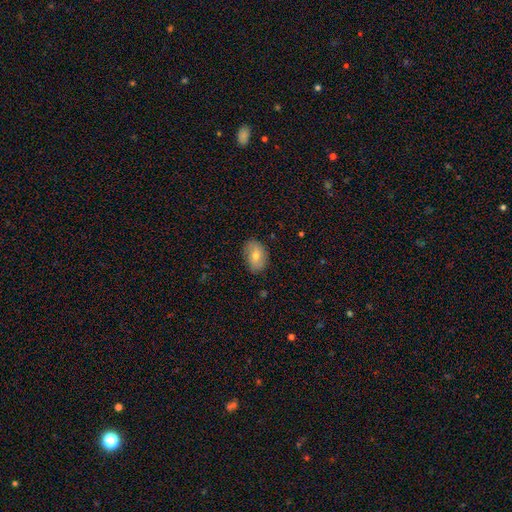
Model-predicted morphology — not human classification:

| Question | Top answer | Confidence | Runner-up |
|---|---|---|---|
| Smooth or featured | smooth | 60% | featured or disk (31%) |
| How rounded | in between | 81% | round (17%) |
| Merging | none | 80% | minor disturbance (16%) |